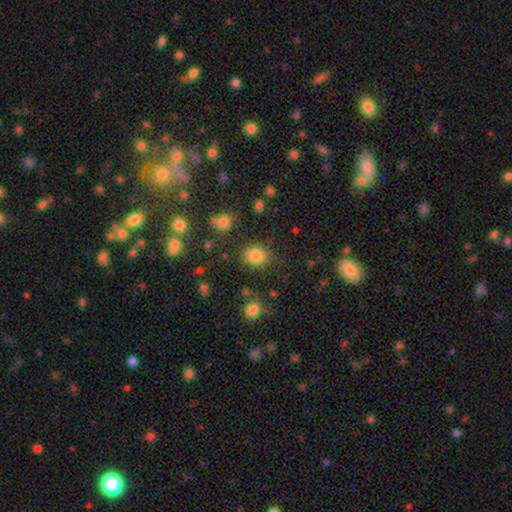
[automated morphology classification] Smooth or featured? Predicted: smooth (p=0.81). How rounded? Predicted: round (p=0.65). Merging? Predicted: none (p=0.79).